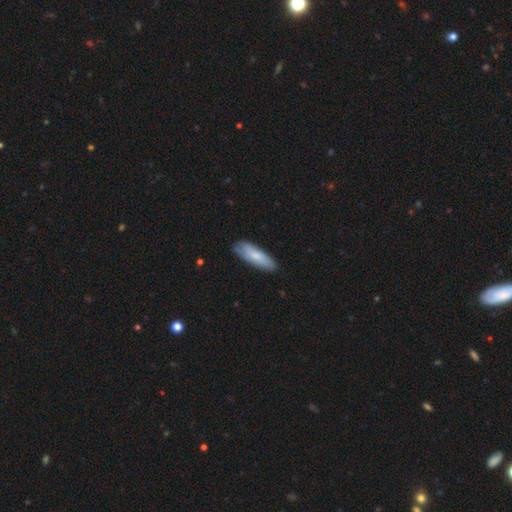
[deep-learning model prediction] This appears to be a smooth galaxy with no disk features (74%) that is in between round and cigar-shaped (56%). Merging: none (77%).